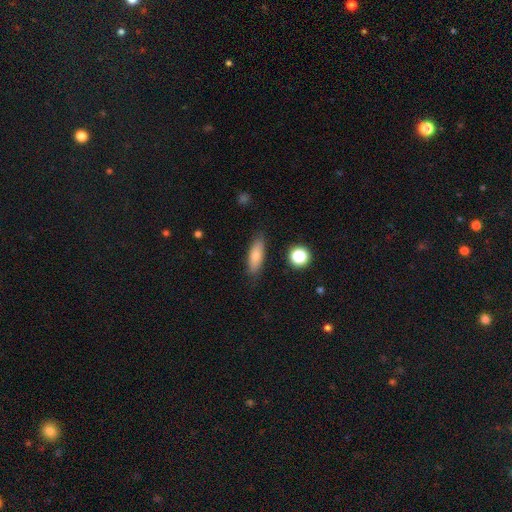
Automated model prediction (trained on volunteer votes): This appears to be a smooth galaxy with no disk features (80%) that is in between round and cigar-shaped (54%). Merging: none (83%).